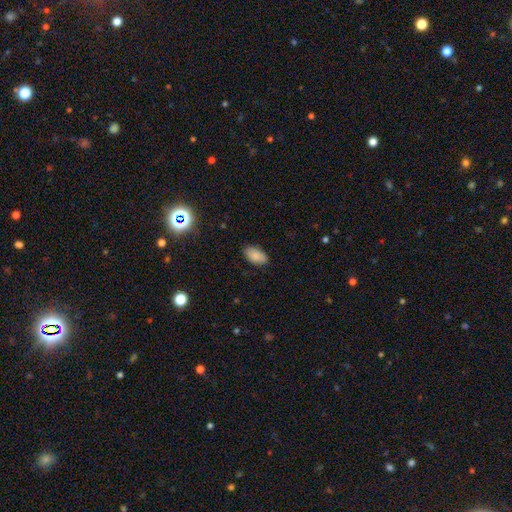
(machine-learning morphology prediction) Smooth or featured? Predicted: smooth (p=0.84). How rounded? Predicted: in between (p=0.94). Merging? Predicted: none (p=0.85).